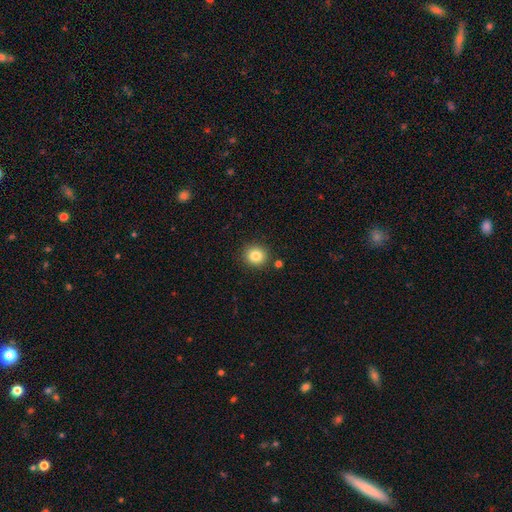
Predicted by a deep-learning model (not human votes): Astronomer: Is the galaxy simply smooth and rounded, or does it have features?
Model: smooth — 84%.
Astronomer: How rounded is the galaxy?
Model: round — 87%.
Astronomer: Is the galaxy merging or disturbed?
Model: none — 87%.